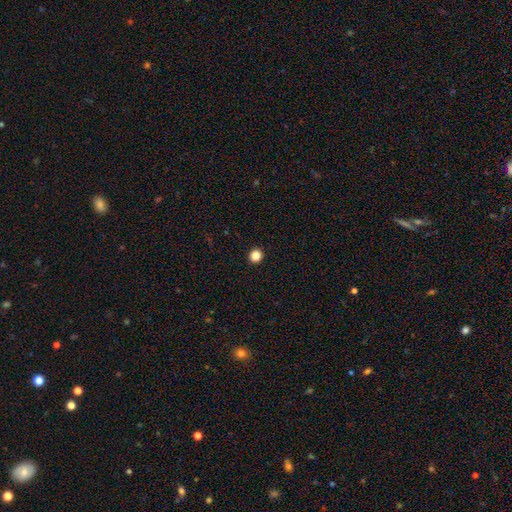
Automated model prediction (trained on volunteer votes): The model was most divided on "smooth or featured": smooth: 85%, star or artifact: 11%, featured or disk: 4%. More confident: merging — none (94%); how rounded — round (93%).